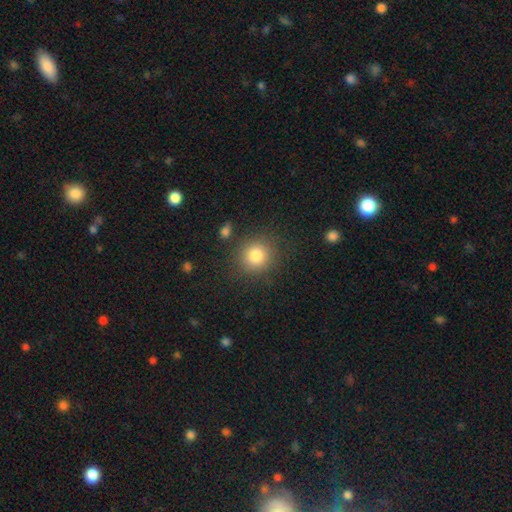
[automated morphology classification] Overall: smooth (82%). How rounded: round (88%). Merging: none (84%).